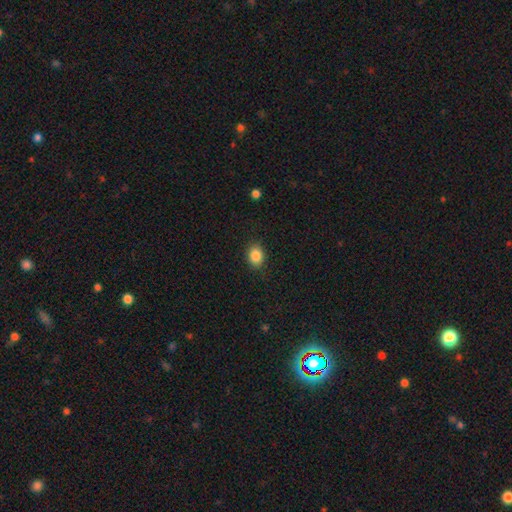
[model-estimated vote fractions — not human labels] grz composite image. It shows a smooth galaxy with no disk features (86%) that is in between round and cigar-shaped (54%). Merging: none (86%).